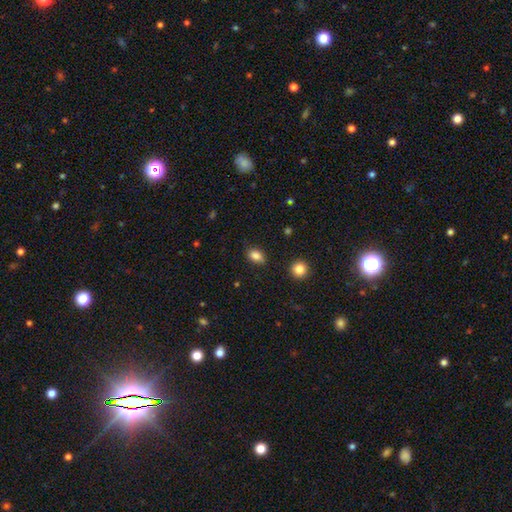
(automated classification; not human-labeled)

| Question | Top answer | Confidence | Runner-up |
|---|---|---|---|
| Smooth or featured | smooth | 85% | star or artifact (10%) |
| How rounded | in between | 78% | round (20%) |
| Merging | none | 82% | minor disturbance (14%) |